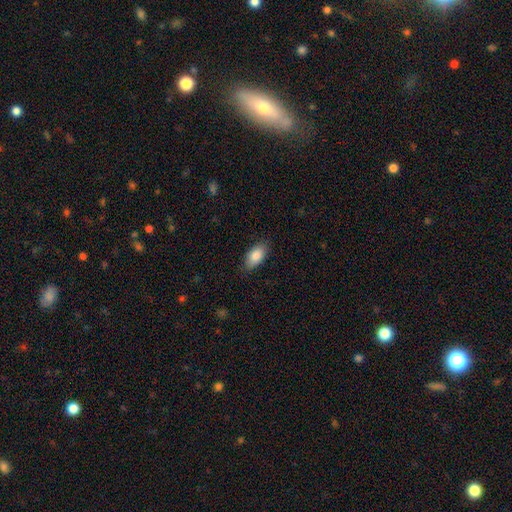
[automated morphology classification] The model was most divided on "merging": none: 83%, minor disturbance: 13%, major disturbance: 3%, merger: 1%. More confident: how rounded — in between (93%); smooth or featured — smooth (85%).